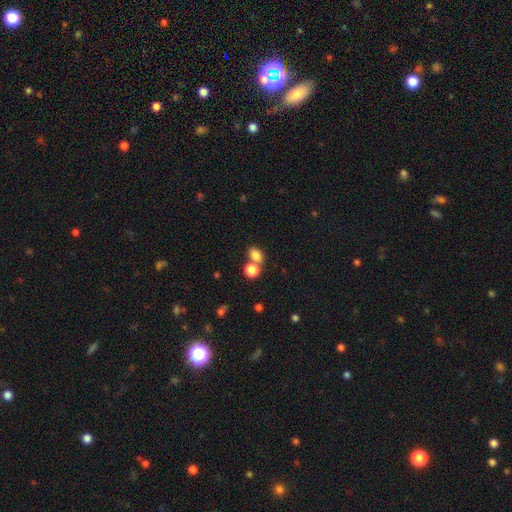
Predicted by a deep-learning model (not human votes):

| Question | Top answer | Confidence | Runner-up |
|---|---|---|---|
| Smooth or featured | smooth | 81% | star or artifact (12%) |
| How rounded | in between | 69% | round (29%) |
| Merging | none | 52% | merger (34%) |